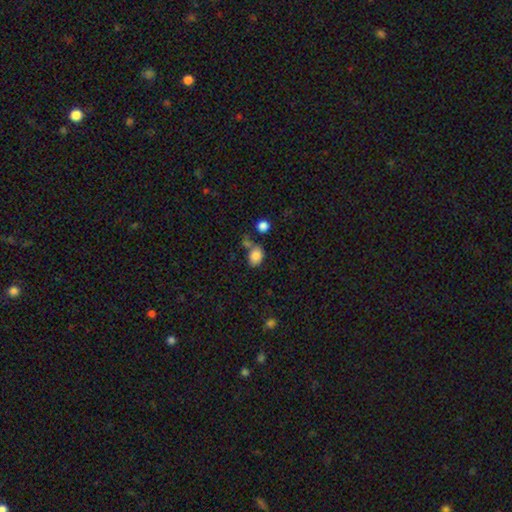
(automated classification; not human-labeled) Q: Smooth or featured?
A: smooth (84%); runner-up: star or artifact (9%)
Q: How rounded?
A: in between (62%); runner-up: round (37%)
Q: Merging?
A: none (47%); runner-up: merger (26%)